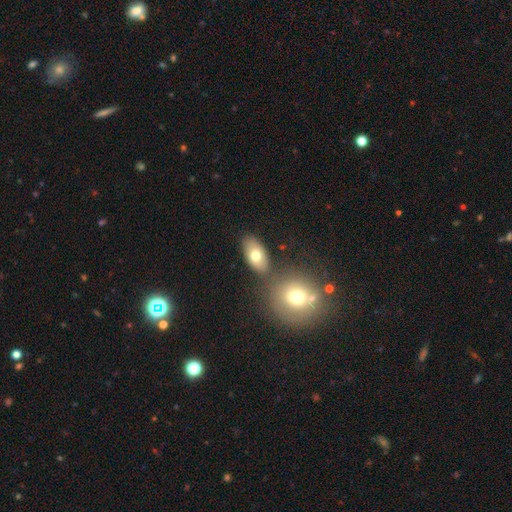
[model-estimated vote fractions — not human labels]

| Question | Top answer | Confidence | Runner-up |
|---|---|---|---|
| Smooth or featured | smooth | 73% | featured or disk (19%) |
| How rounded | in between | 89% | round (9%) |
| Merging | none | 71% | merger (14%) |